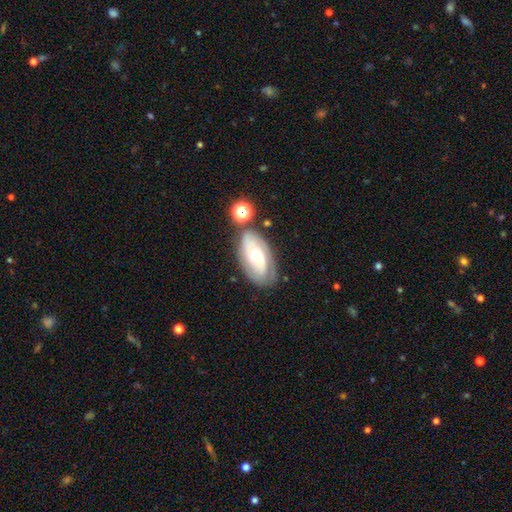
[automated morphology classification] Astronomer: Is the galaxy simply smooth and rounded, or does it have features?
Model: featured or disk — 66%.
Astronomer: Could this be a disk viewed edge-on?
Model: no — 93%.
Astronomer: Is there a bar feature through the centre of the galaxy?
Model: no — 67%.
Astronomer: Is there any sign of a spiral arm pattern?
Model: yes — 84%.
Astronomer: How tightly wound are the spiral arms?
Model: tight — 50% (runner-up: medium, 36%).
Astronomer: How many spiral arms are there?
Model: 2 — 47% (runner-up: can't tell, 32%).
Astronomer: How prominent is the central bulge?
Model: moderate — 56% (runner-up: small, 36%).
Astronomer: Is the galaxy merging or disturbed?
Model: none — 65%.